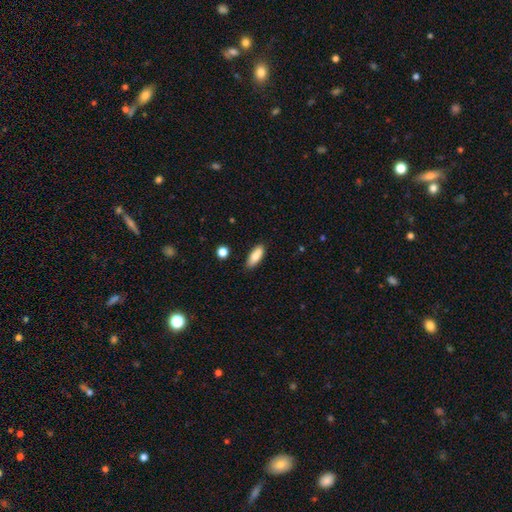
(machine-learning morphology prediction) This appears to be a smooth galaxy with no disk features (81%) that is in between round and cigar-shaped (70%). Merging: none (84%).